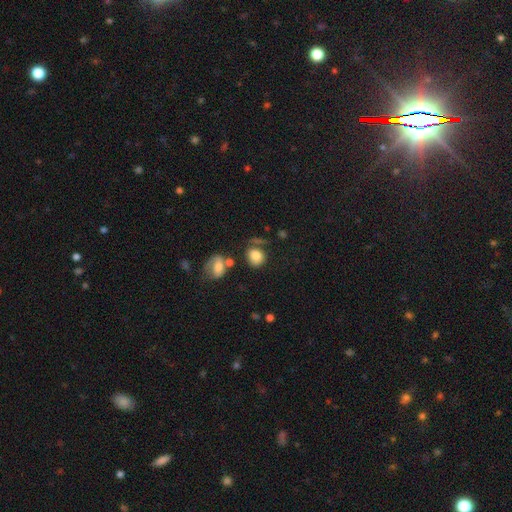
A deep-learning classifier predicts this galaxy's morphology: smooth_or_featured: smooth (p=0.79) [alt: featured or disk p=0.11]
how_rounded: round (p=0.69) [alt: in between p=0.29]
merging: none (p=0.54) [alt: merger p=0.17]